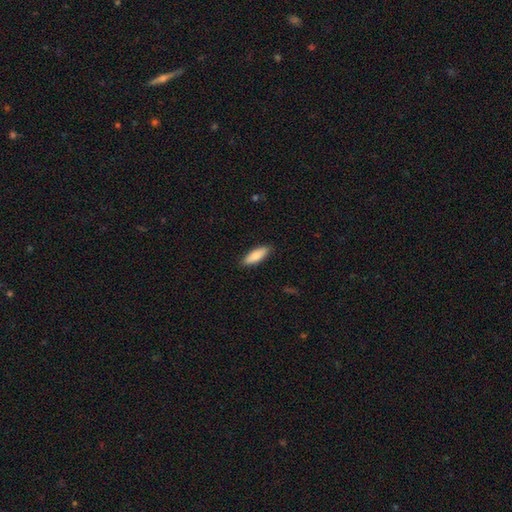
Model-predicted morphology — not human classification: This appears to be a smooth galaxy with no disk features (81%) that is in between round and cigar-shaped (58%). Merging: none (88%).